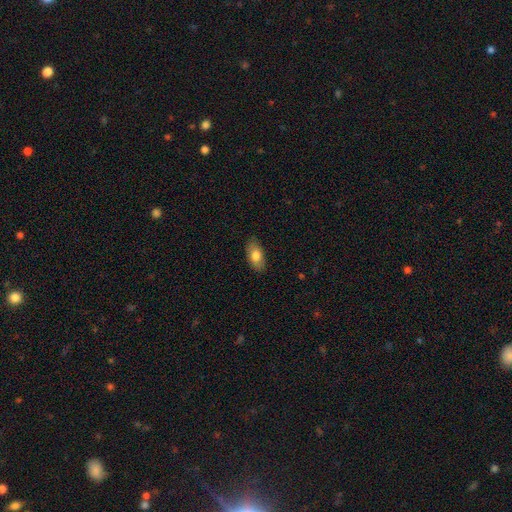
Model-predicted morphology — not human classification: The model was most divided on "smooth or featured": smooth: 78%, featured or disk: 15%, star or artifact: 7%. More confident: how rounded — in between (92%); merging — none (85%).